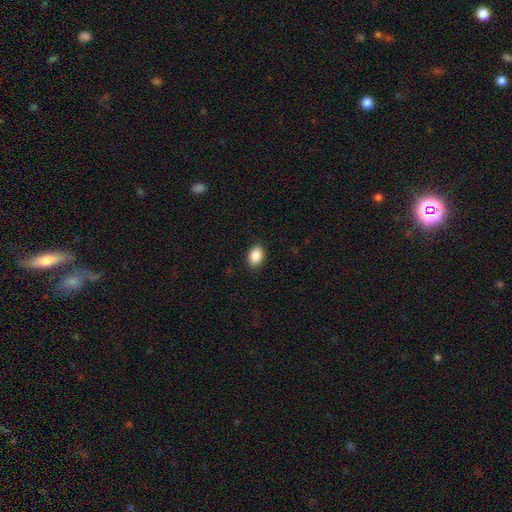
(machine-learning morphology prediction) type=smooth (88%); roundness=in between (84%); merging=none (88%).